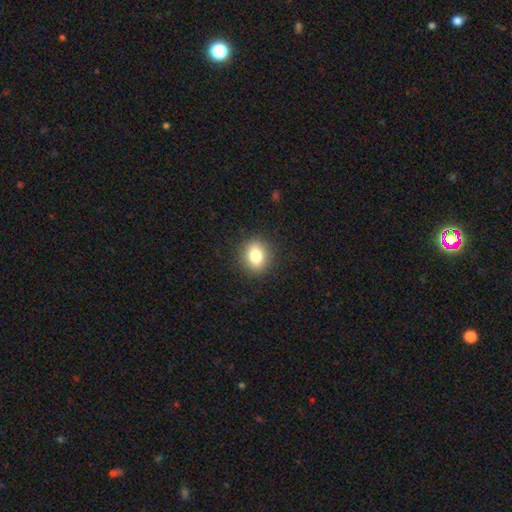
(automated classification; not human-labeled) The model was most divided on "how rounded": round: 65%, in between: 34%, cigar-shaped: 1%. More confident: merging — none (89%); smooth or featured — smooth (81%).